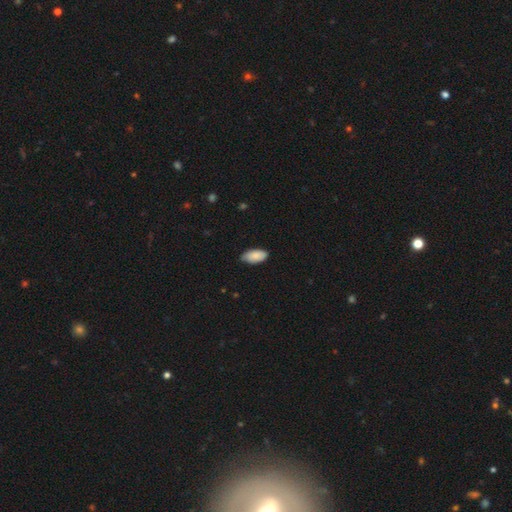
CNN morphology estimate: This is clearly a smooth galaxy (85%). How rounded: clearly in between (94%). Merging: likely none (73%).